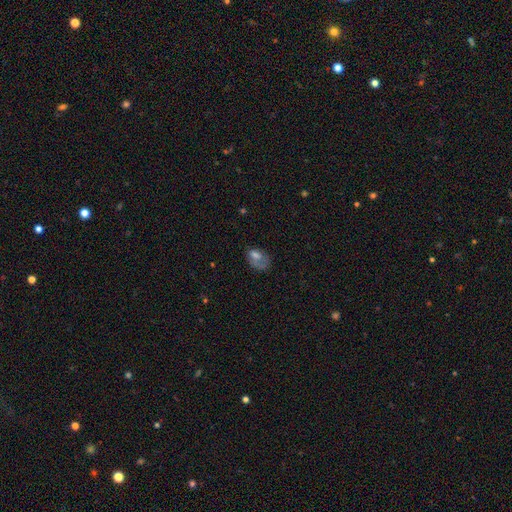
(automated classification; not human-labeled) smooth 52%, featured or disk 35%, star or artifact 13%. Down the decision tree: how rounded — in between (79%); merging — major disturbance (36%, tied with none).